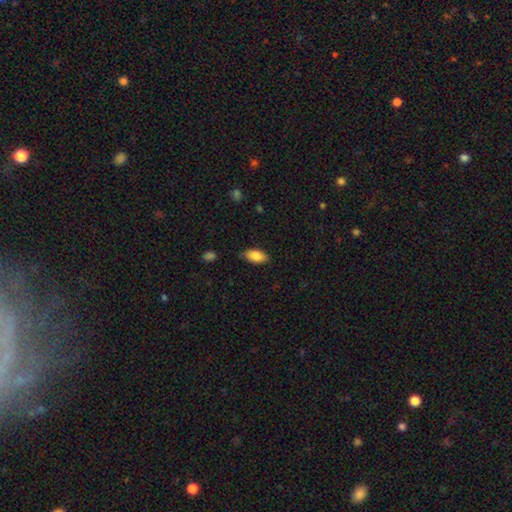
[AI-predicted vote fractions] Smooth or featured? Predicted: smooth (p=0.85). How rounded? Predicted: in between (p=0.91). Merging? Predicted: none (p=0.82).